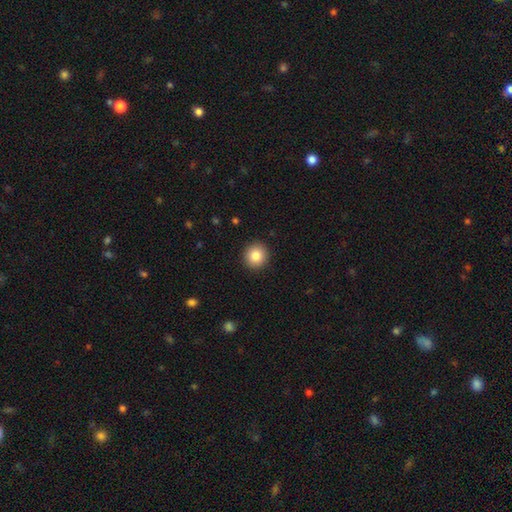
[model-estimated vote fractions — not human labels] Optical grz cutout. It shows a smooth galaxy with no disk features (84%) that is round (89%). Merging: none (92%).